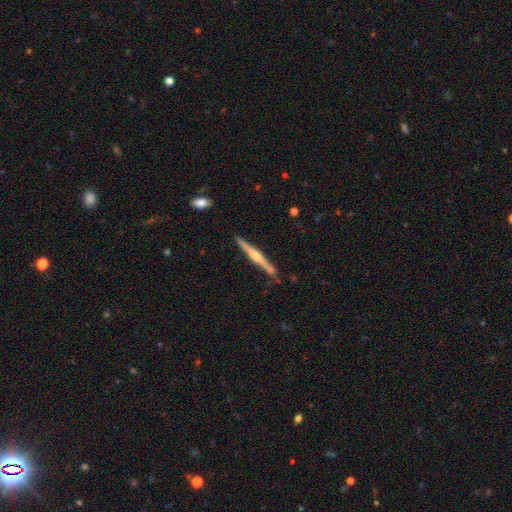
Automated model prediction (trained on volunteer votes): smooth-or-featured: featured or disk: 76% | smooth: 19% | star or artifact: 5%
  disk-edge-on: yes: 98% | no: 2%
    edge-on-bulge: rounded: 81% | boxy: 12% | none: 8%
  merging: none: 87% | minor disturbance: 9% | merger: 2% | major disturbance: 2%